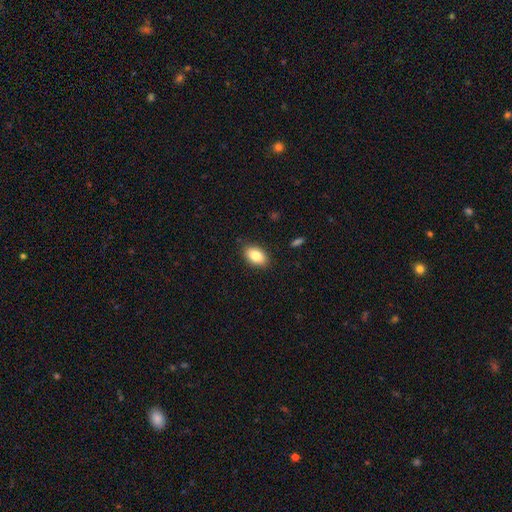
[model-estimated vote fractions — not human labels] Smooth or featured? smooth (84%)
How rounded? in between (91%)
Merging? none (87%)